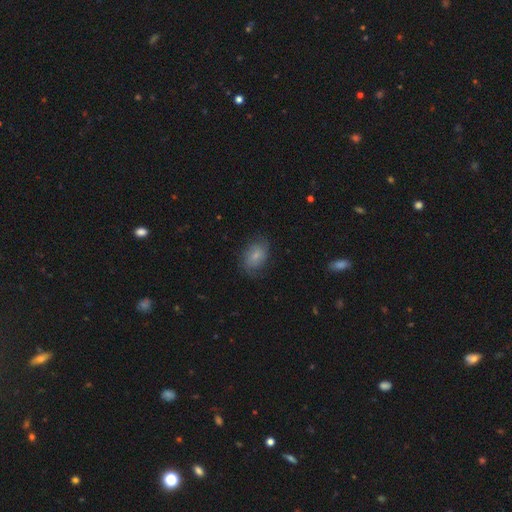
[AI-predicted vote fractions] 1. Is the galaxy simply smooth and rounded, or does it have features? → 69% smooth, 23% featured or disk, 8% star or artifact.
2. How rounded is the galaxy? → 77% in between, 21% round, 1% cigar-shaped.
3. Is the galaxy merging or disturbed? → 72% none, 19% minor disturbance, 7% major disturbance, 1% merger.